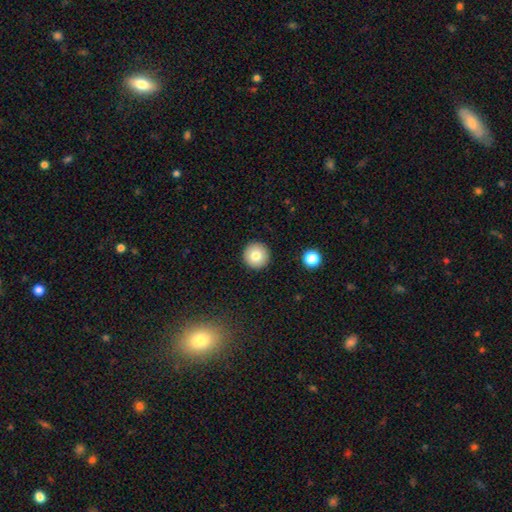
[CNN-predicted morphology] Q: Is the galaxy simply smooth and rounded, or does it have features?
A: smooth — 80%.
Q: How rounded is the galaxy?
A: round — 96%.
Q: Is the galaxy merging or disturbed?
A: none — 93%.